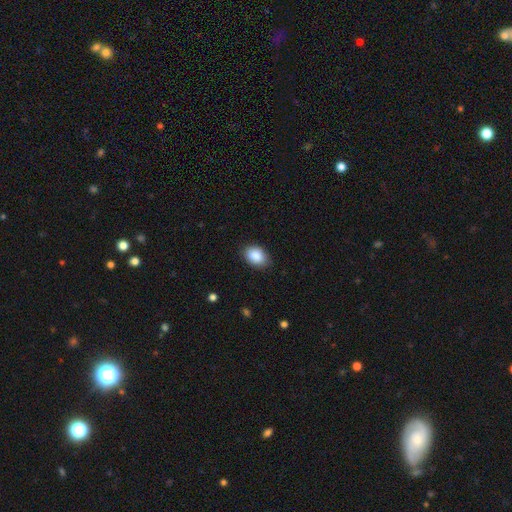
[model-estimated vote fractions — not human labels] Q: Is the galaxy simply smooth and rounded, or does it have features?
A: smooth — 89%.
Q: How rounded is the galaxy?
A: in between — 81%.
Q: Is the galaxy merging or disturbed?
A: none — 84%.